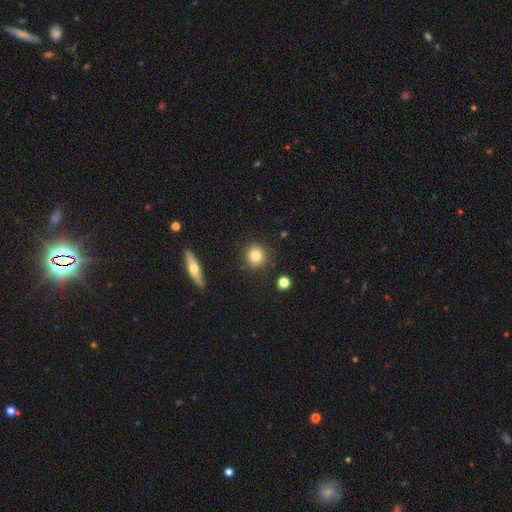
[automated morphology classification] This appears to be a smooth galaxy with no disk features (81%) that is round (90%). Merging: none (88%).